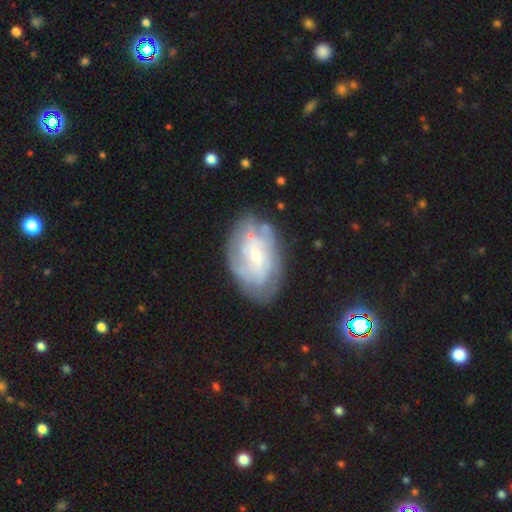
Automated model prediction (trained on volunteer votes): Smooth or featured? featured or disk (70%)
Edge-on disk? no (96%)
Bar? no (45%)
Spiral arms? yes (78%)
Spiral winding? tight (55%)
Spiral arm count? can't tell (52%)
Bulge size? small (55%)
Merging? none (68%)